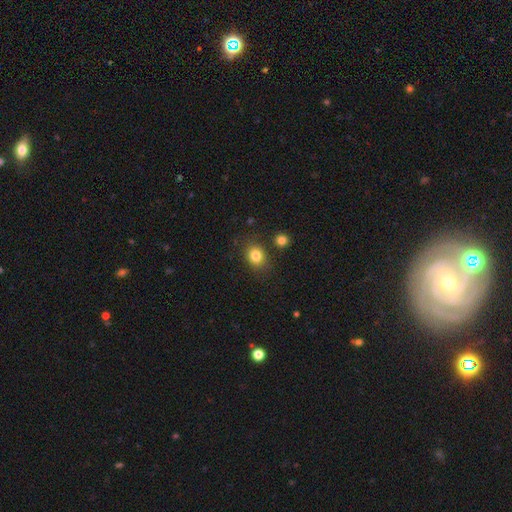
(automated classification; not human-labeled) Morphology: type=smooth (83%); roundness=round (59%); merging=none (79%).